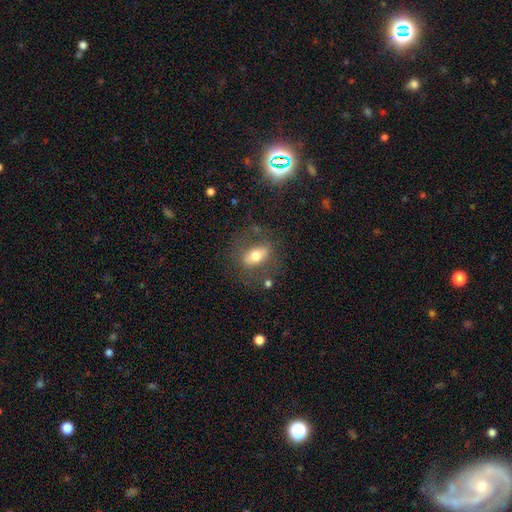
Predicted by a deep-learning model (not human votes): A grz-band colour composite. It shows a smooth galaxy with no disk features (58%) that is in between round and cigar-shaped (78%). Merging: none (67%).